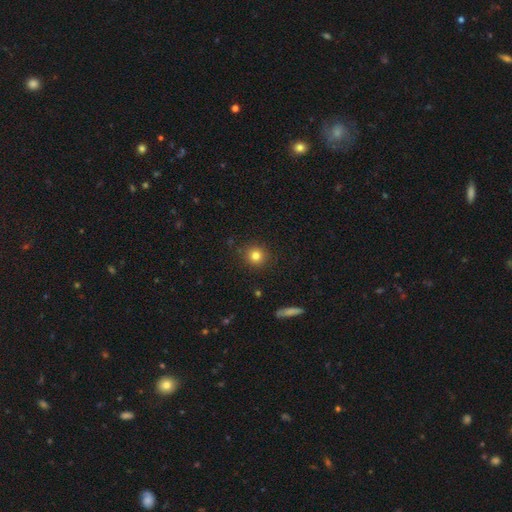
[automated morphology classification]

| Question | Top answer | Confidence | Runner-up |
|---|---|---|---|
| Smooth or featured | smooth | 81% | star or artifact (12%) |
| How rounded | round | 92% | in between (7%) |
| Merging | none | 90% | minor disturbance (7%) |